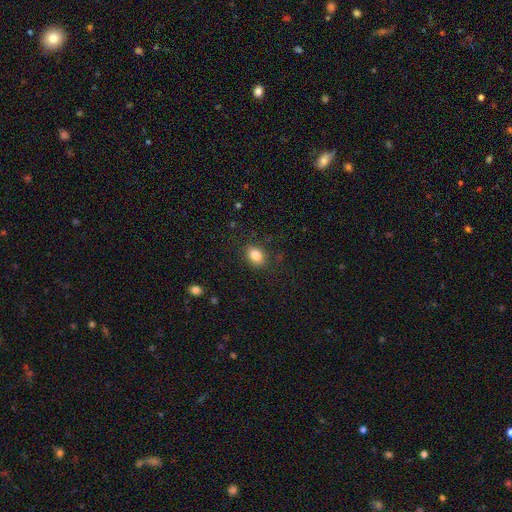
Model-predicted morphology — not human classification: The model was most divided on "how rounded": in between: 72%, round: 27%, cigar-shaped: 1%. More confident: smooth or featured — smooth (84%); merging — none (83%).